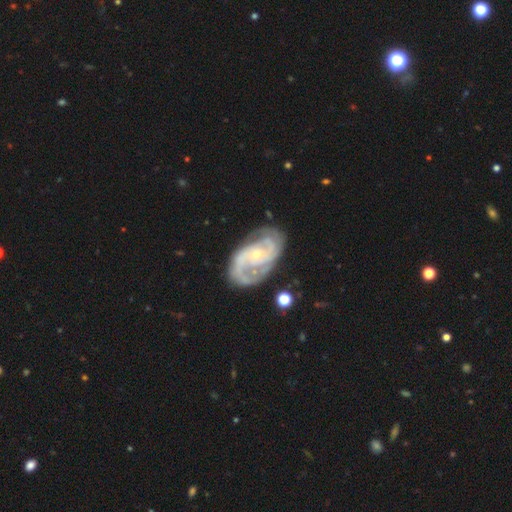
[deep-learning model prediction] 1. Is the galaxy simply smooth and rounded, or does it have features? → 89% featured or disk, 7% smooth, 5% star or artifact.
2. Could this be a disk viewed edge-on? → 97% no, 3% yes.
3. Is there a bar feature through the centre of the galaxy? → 67% no, 26% weak, 7% strong.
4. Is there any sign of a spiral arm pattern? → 96% yes, 4% no.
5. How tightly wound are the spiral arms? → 45% tight, 43% medium, 11% loose.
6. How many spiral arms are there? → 65% 2, 13% can't tell, 12% 3, 4% 1, 3% 4, 3% more than 4.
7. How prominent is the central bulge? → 68% small, 29% moderate, 1% large, 1% none, 1% dominant.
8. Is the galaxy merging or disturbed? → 70% none, 19% minor disturbance, 9% major disturbance, 3% merger.